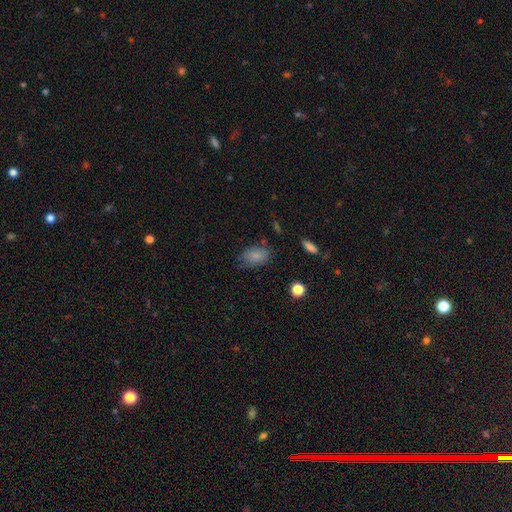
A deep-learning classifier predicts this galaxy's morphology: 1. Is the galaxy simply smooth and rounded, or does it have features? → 83% smooth, 9% featured or disk, 9% star or artifact.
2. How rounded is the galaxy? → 86% in between, 13% round, 1% cigar-shaped.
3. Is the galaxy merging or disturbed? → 66% none, 24% minor disturbance, 7% major disturbance, 2% merger.